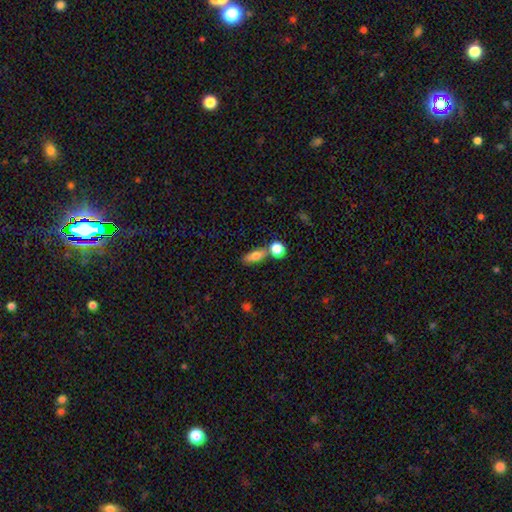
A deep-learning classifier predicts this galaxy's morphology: smooth 75%, featured or disk 16%, star or artifact 9%. Down the decision tree: how rounded — in between (64%); merging — none (60%).